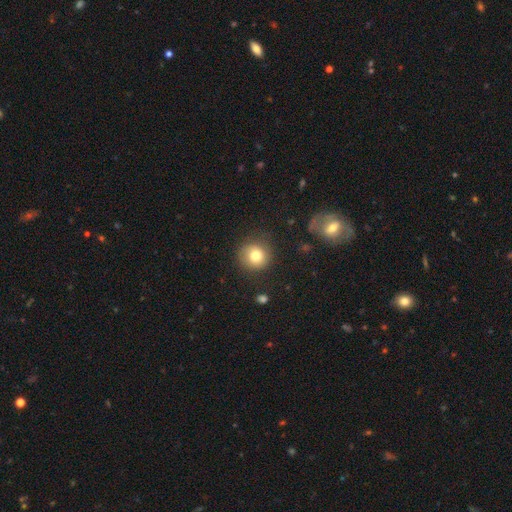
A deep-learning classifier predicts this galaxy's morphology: Smooth or featured: smooth — 78% (featured or disk — 11%)
How rounded: round — 91% (in between — 8%)
Merging: none — 84% (minor disturbance — 10%)